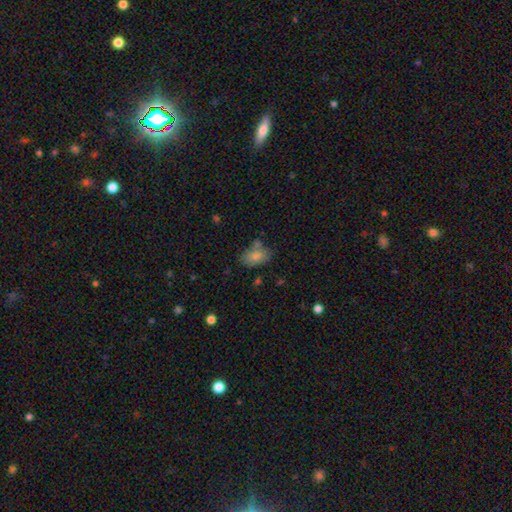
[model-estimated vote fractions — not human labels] This is clearly a smooth galaxy (80%). How rounded: clearly in between (86%). Merging: possibly none (55%).